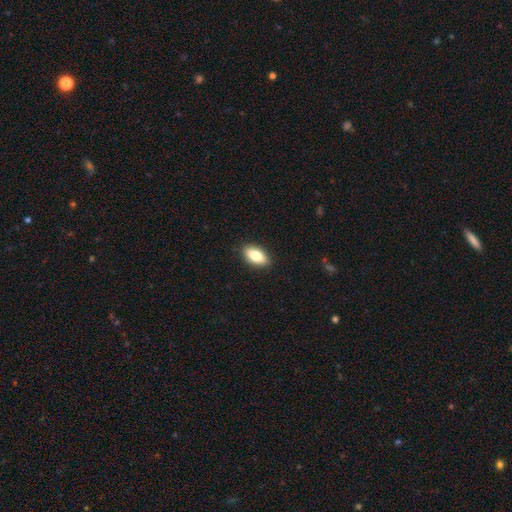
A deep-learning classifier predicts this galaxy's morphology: The model was most divided on "smooth or featured": smooth: 80%, featured or disk: 13%, star or artifact: 7%. More confident: how rounded — in between (91%); merging — none (89%).